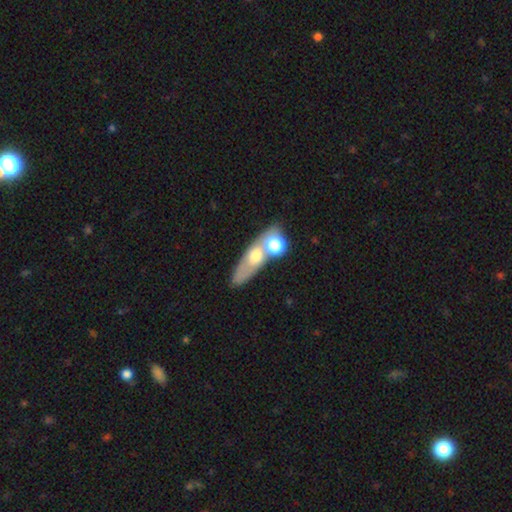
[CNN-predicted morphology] Smooth or featured? Predicted: smooth (p=0.49). Merging? Predicted: merger (p=0.41, tied with none).